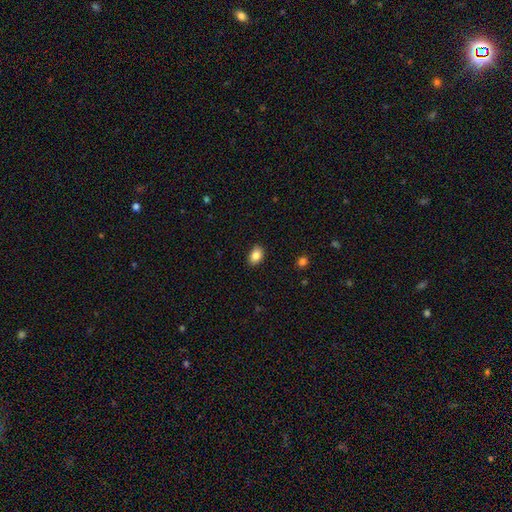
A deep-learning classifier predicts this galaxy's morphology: smooth-or-featured: smooth: 85% | star or artifact: 8% | featured or disk: 6%
  how-rounded: in between: 82% | round: 16% | cigar-shaped: 1%
  merging: none: 87% | minor disturbance: 10% | major disturbance: 2% | merger: 1%